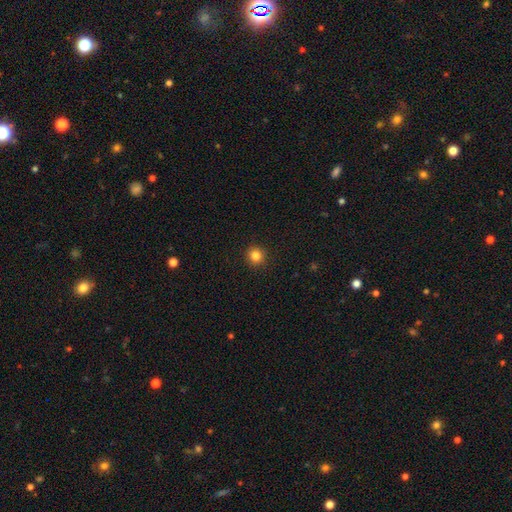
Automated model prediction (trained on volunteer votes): Morphology: type=smooth (84%); roundness=round (93%); merging=none (92%).